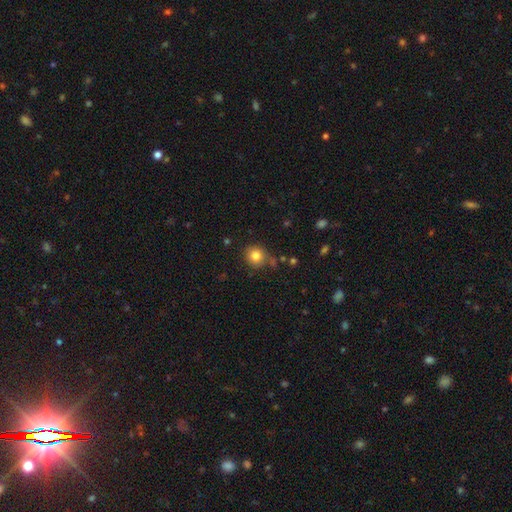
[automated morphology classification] smooth-or-featured: smooth: 82% | star or artifact: 11% | featured or disk: 7%
  how-rounded: round: 88% | in between: 11% | cigar-shaped: 1%
  merging: none: 74% | minor disturbance: 16% | merger: 6% | major disturbance: 5%